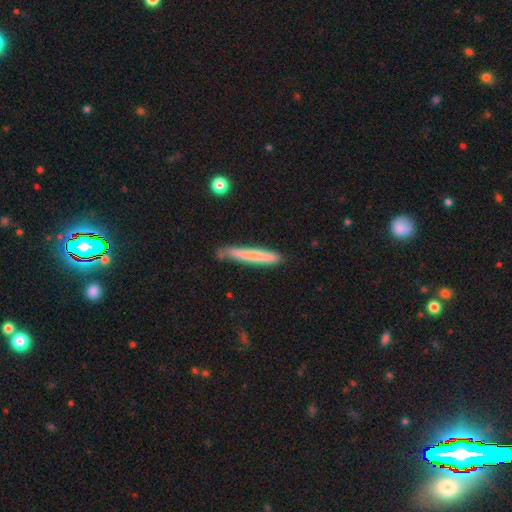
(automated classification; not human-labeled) A smooth galaxy with no disk features (72%) that is cigar-shaped (96%). Merging: none (74%).